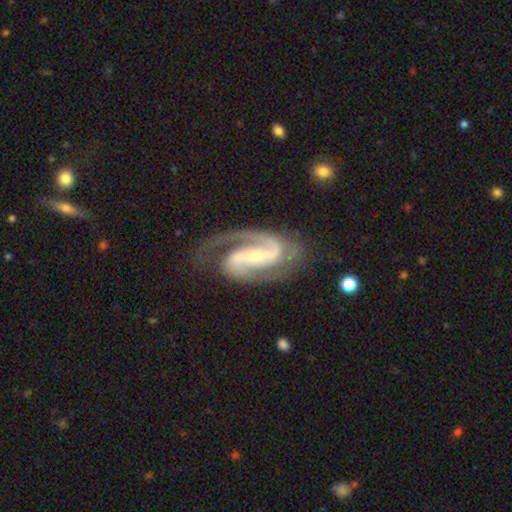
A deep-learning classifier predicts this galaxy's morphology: smooth-or-featured: featured or disk: 93% | star or artifact: 4% | smooth: 3%
  disk-edge-on: no: 97% | yes: 3%
    bar: strong: 58% | weak: 28% | no: 13%
    has-spiral-arms: yes: 98% | no: 2%
      spiral-winding: medium: 56% | tight: 31% | loose: 14%
      spiral-arm-count: 2: 90% | 1: 3% | 3: 3% | can't tell: 2% | 4: 1% | more than 4: 1%
    bulge-size: small: 60% | moderate: 34% | large: 2% | none: 2% | dominant: 1%
  merging: none: 71% | minor disturbance: 16% | major disturbance: 10% | merger: 2%